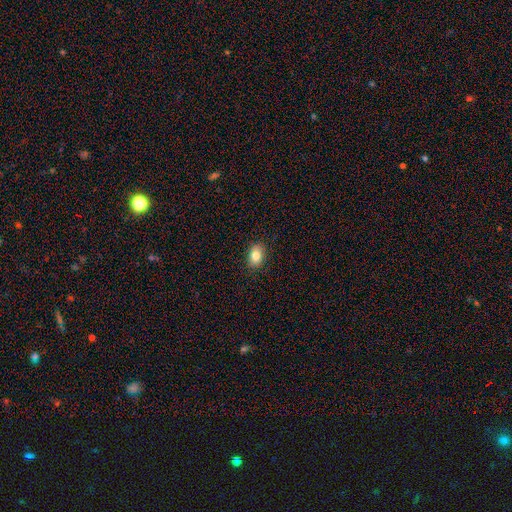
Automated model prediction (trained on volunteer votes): Q: Smooth or featured?
A: smooth (83%); runner-up: star or artifact (9%)
Q: How rounded?
A: in between (83%); runner-up: round (16%)
Q: Merging?
A: none (88%); runner-up: minor disturbance (9%)